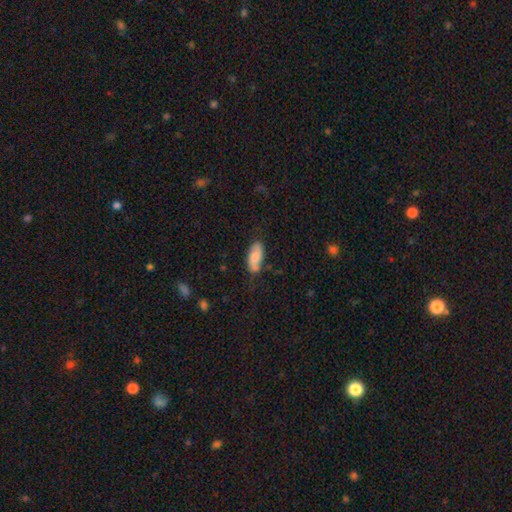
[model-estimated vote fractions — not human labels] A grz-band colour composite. It shows a smooth galaxy with no disk features (80%) that is in between round and cigar-shaped (85%). Merging: none (68%).